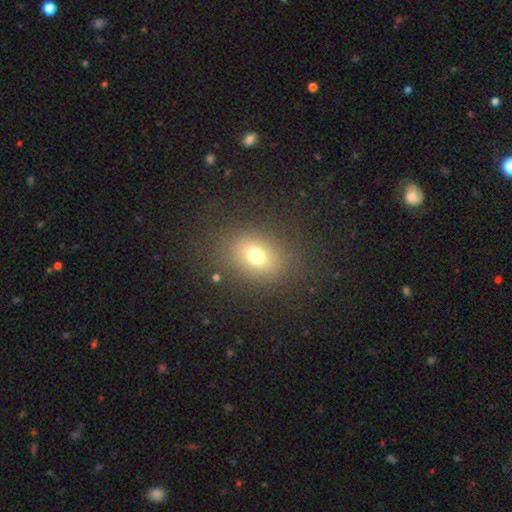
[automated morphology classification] This is likely a smooth galaxy (71%). How rounded: possibly in between (58%). Merging: clearly none (81%).